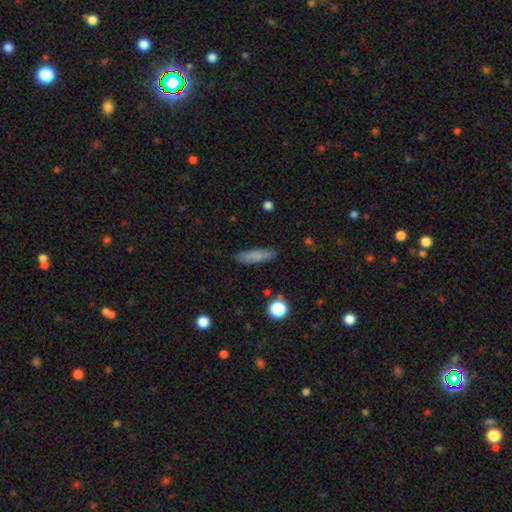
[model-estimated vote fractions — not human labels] smooth_or_featured: smooth (p=0.80) [alt: featured or disk p=0.12]
how_rounded: cigar-shaped (p=0.76) [alt: in between p=0.22]
merging: none (p=0.87) [alt: minor disturbance p=0.10]